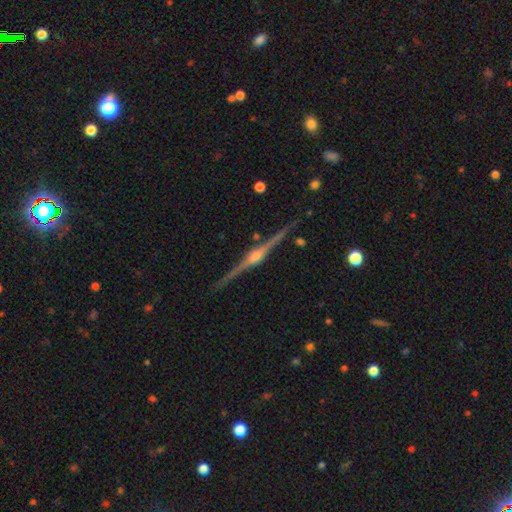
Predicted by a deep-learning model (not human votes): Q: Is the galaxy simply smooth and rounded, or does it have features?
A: featured or disk — 90%.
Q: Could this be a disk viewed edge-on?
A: yes — 98%.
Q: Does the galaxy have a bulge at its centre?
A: rounded — 92%.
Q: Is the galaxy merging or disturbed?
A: none — 90%.